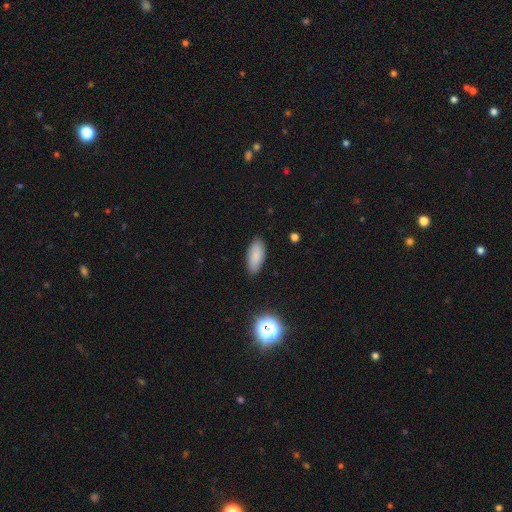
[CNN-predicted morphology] Smooth or featured: smooth — 86% (star or artifact — 8%)
How rounded: in between — 85% (cigar-shaped — 13%)
Merging: none — 87% (minor disturbance — 9%)